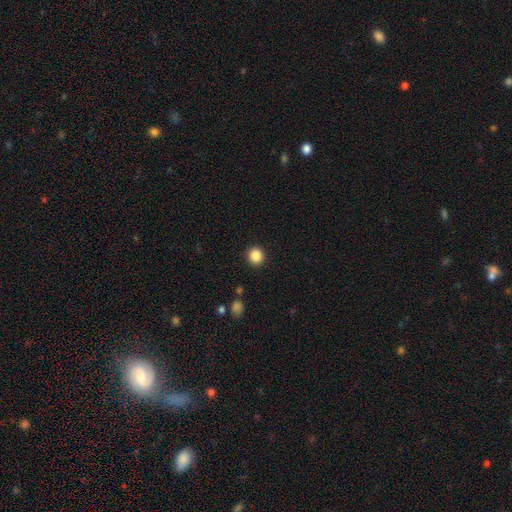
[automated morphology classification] The model was most divided on "smooth or featured": smooth: 87%, star or artifact: 10%, featured or disk: 3%. More confident: how rounded — round (93%); merging — none (92%).